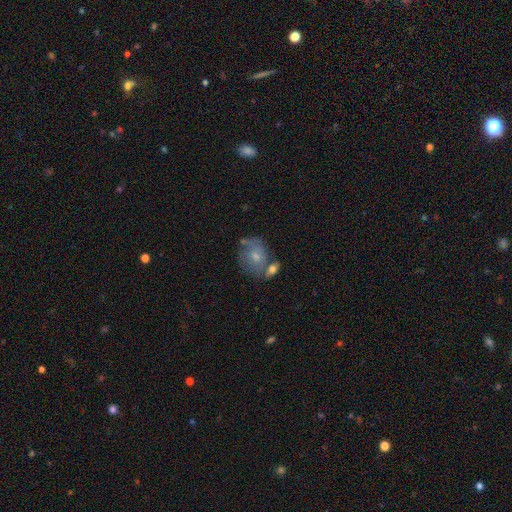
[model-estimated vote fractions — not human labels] smooth-or-featured: smooth: 58% | featured or disk: 34% | star or artifact: 8%
  how-rounded: round: 57% | in between: 42% | cigar-shaped: 1%
  merging: none: 44% | merger: 23% | minor disturbance: 22% | major disturbance: 11%